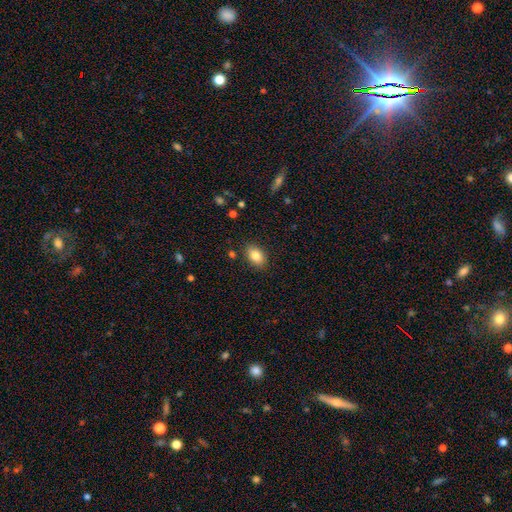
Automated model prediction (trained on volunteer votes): This is clearly a smooth galaxy (84%). How rounded: clearly in between (83%). Merging: clearly none (87%).